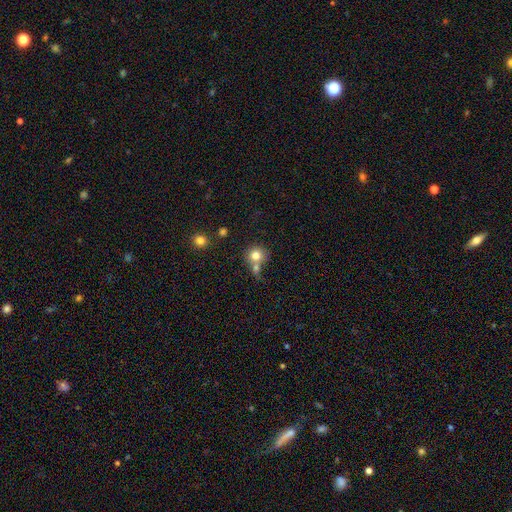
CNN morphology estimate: A smooth galaxy with no disk features (80%) that is round (89%). Merging: none (52%).